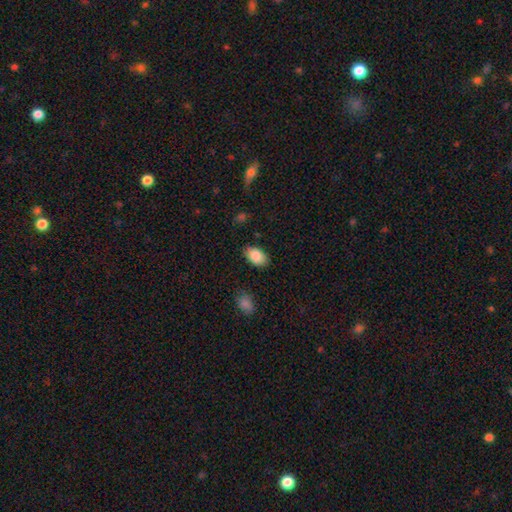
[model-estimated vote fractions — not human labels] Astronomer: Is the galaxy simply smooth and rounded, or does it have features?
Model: smooth — 87%.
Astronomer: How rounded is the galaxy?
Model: in between — 92%.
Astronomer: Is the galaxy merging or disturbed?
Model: none — 84%.